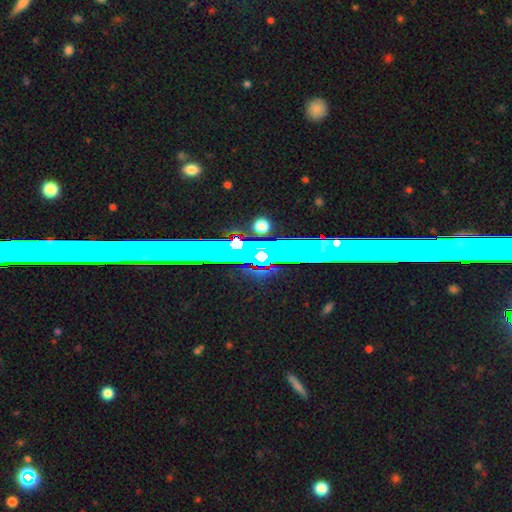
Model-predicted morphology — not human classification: The model was most divided on "smooth or featured": star or artifact: 61%, featured or disk: 27%, smooth: 12%.